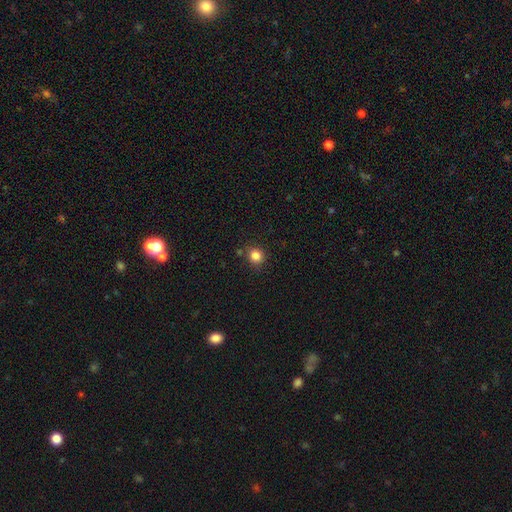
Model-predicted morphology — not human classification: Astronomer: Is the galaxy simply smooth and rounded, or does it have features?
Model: smooth — 83%.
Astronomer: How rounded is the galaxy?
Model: round — 88%.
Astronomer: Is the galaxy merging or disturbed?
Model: none — 82%.